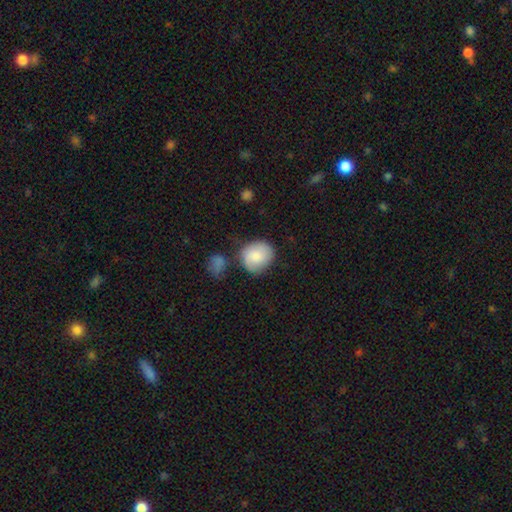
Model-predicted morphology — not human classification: A smooth galaxy with no disk features (82%) that is round (75%).

Vote fractions:
- Smooth or featured? smooth: 82% / featured or disk: 12% / star or artifact: 7%
- How rounded? round: 75% / in between: 24% / cigar-shaped: 1%
- Merging? none: 58% / minor disturbance: 22% / merger: 12% / major disturbance: 8%